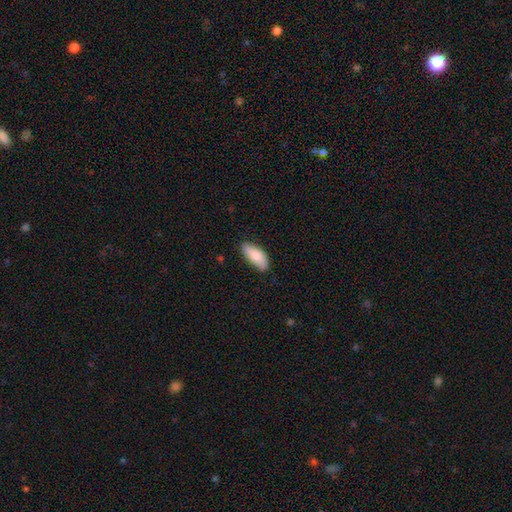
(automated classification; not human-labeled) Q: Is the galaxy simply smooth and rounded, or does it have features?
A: smooth — 82%.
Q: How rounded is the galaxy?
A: in between — 84%.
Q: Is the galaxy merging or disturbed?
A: none — 76%.